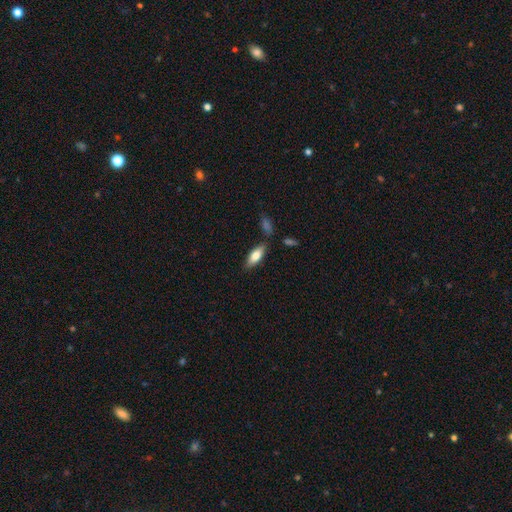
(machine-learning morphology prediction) Overall: smooth (72%). How rounded: in between (67%; cigar-shaped 31%). Merging: none (78%).